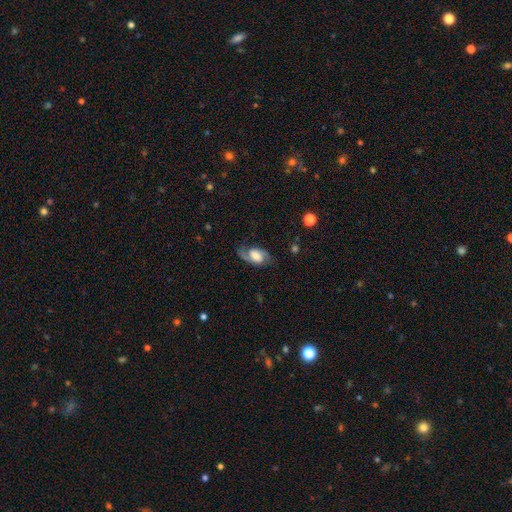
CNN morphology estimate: A featured or disk galaxy (75%) with a weak bar (43%), 2 (87%) medium (51%) spiral arms (94%) and a moderate central bulge (43%). Merging: none (74%).